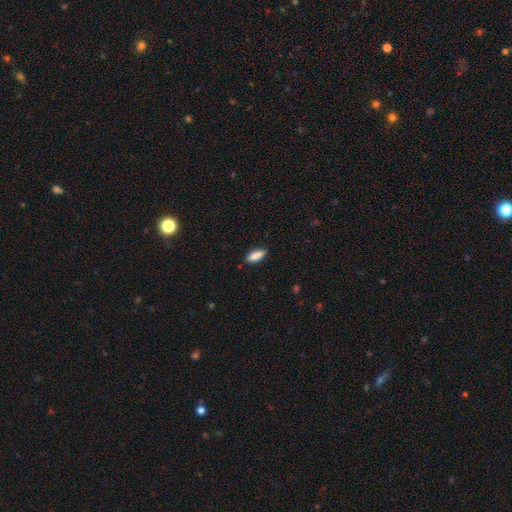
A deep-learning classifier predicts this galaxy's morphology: Q: Smooth or featured?
A: smooth (86%); runner-up: featured or disk (7%)
Q: How rounded?
A: in between (73%); runner-up: cigar-shaped (25%)
Q: Merging?
A: none (84%); runner-up: minor disturbance (13%)